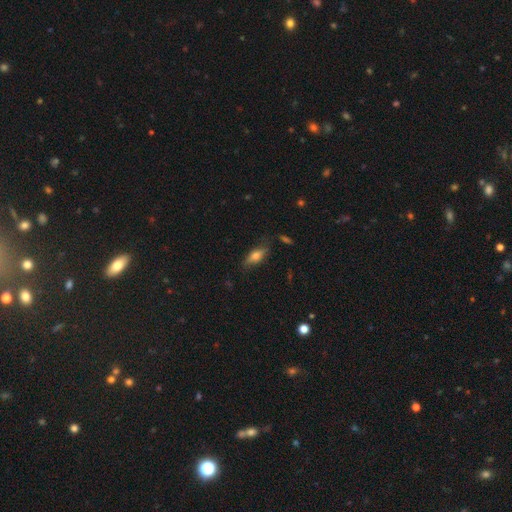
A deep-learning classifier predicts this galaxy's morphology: Overall: smooth (60%; featured or disk 31%). How rounded: in between (65%; cigar-shaped 32%). Merging: none (74%).